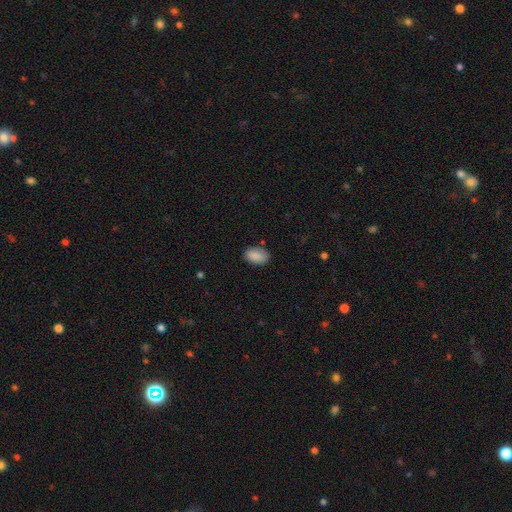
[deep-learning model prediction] Q: Smooth or featured?
A: smooth (88%); runner-up: star or artifact (7%)
Q: How rounded?
A: in between (90%); runner-up: round (9%)
Q: Merging?
A: none (80%); runner-up: minor disturbance (15%)